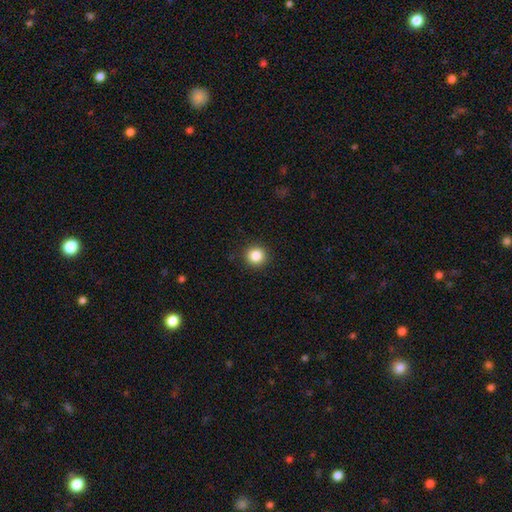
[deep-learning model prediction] Smooth or featured: smooth — 85% (star or artifact — 10%)
How rounded: round — 94% (in between — 5%)
Merging: none — 92% (minor disturbance — 5%)